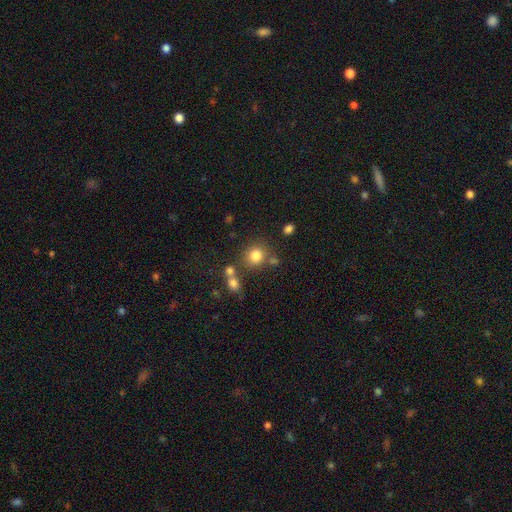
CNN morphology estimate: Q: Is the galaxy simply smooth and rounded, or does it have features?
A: smooth — 80%.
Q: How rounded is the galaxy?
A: round — 85%.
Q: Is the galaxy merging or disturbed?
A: none — 70%.